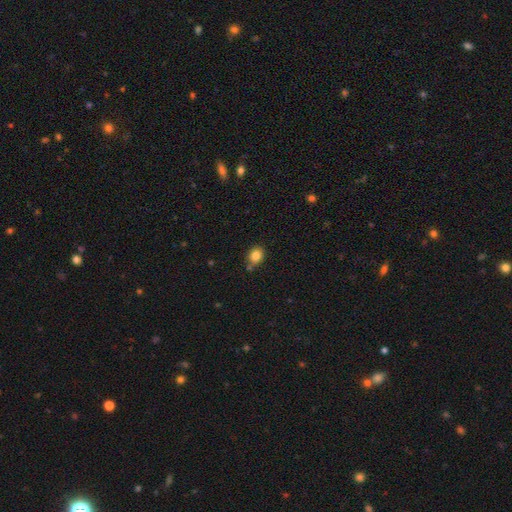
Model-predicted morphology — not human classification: Smooth or featured: smooth — 83% (star or artifact — 11%)
How rounded: round — 59% (in between — 40%)
Merging: none — 72% (minor disturbance — 15%)